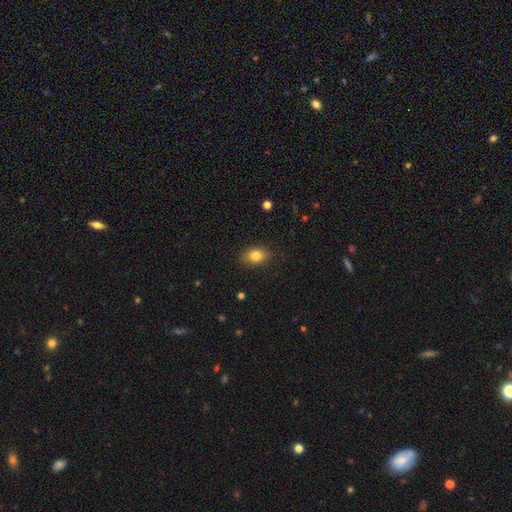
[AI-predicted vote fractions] A smooth galaxy with no disk features (82%) that is in between round and cigar-shaped (75%).

Vote fractions:
- Smooth or featured? smooth: 82% / star or artifact: 10% / featured or disk: 9%
- How rounded? in between: 75% / round: 23% / cigar-shaped: 1%
- Merging? none: 85% / minor disturbance: 12% / major disturbance: 3% / merger: 1%